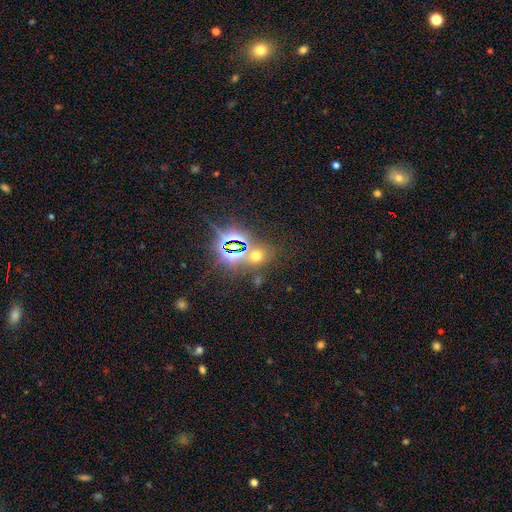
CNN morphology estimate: This is possibly a star or artifact rather than a galaxy (54%).